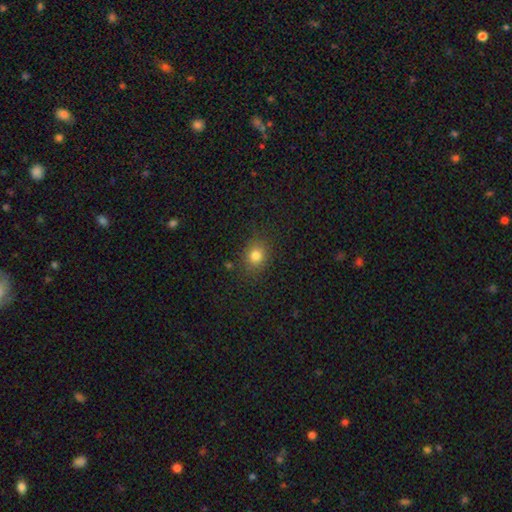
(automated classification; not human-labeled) Smooth or featured? Predicted: smooth (p=0.80). How rounded? Predicted: round (p=0.70). Merging? Predicted: none (p=0.85).